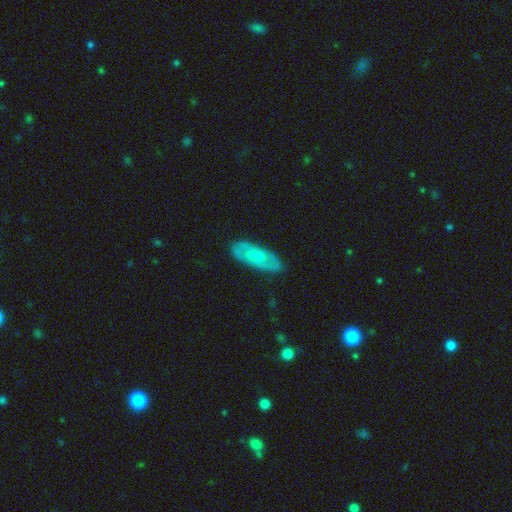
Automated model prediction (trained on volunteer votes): This appears to be a featured or disk galaxy (64%) with a weak bar (48%), spiral arms (65%) and a moderate central bulge (41%). Merging: none (83%).